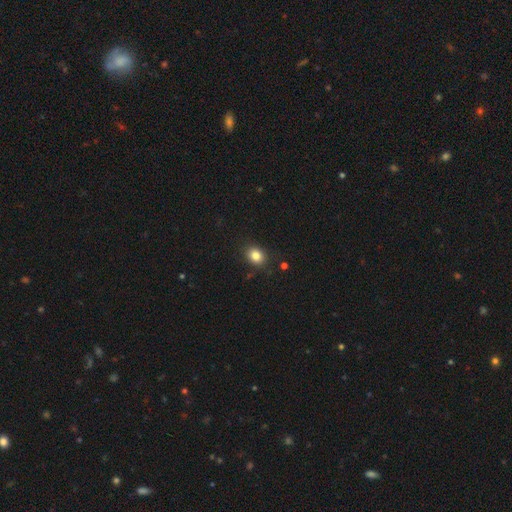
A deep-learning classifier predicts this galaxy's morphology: Q: Smooth or featured?
A: smooth (83%); runner-up: star or artifact (11%)
Q: How rounded?
A: in between (51%); runner-up: round (48%)
Q: Merging?
A: none (86%); runner-up: minor disturbance (10%)